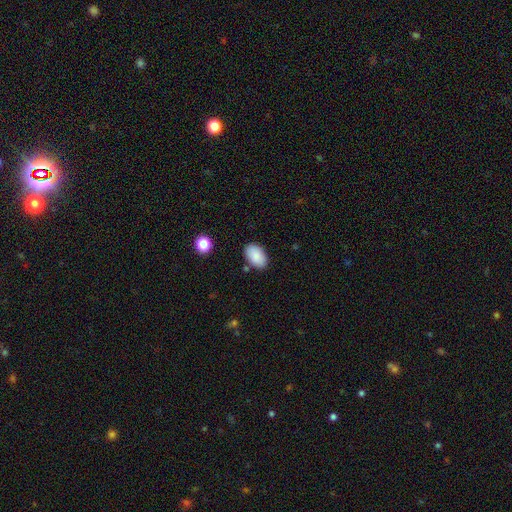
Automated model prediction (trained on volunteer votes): This is clearly a smooth galaxy (87%). How rounded: clearly in between (93%). Merging: clearly none (82%).